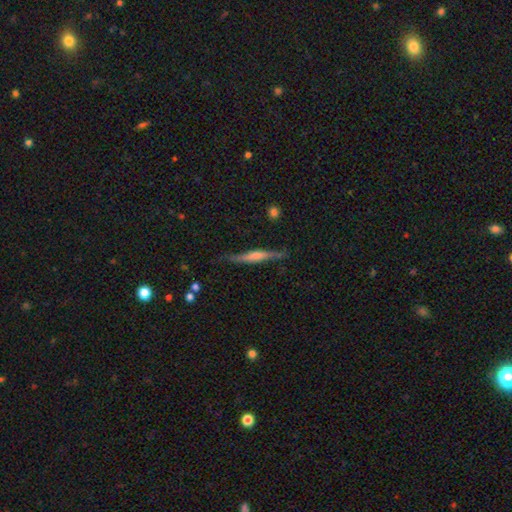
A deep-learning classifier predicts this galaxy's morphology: smooth_or_featured: featured or disk (p=0.65) [alt: smooth p=0.29]
disk_edge_on: yes (p=0.96) [alt: no p=0.04]
edge_on_bulge: rounded (p=0.52) [alt: boxy p=0.27]
merging: none (p=0.81) [alt: minor disturbance p=0.14]